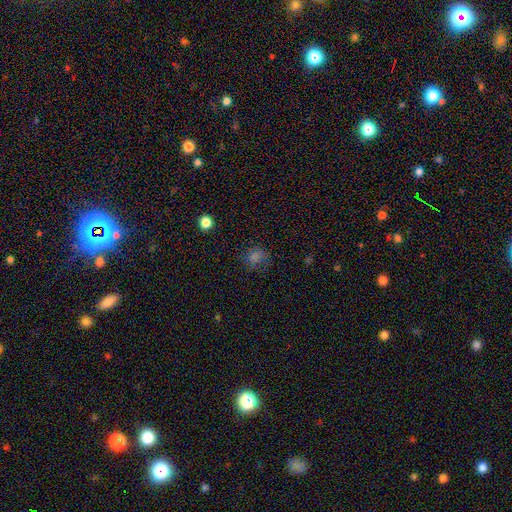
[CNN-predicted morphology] Smooth or featured: smooth — 66% (star or artifact — 25%)
How rounded: round — 68% (in between — 30%)
Merging: none — 68% (minor disturbance — 20%)